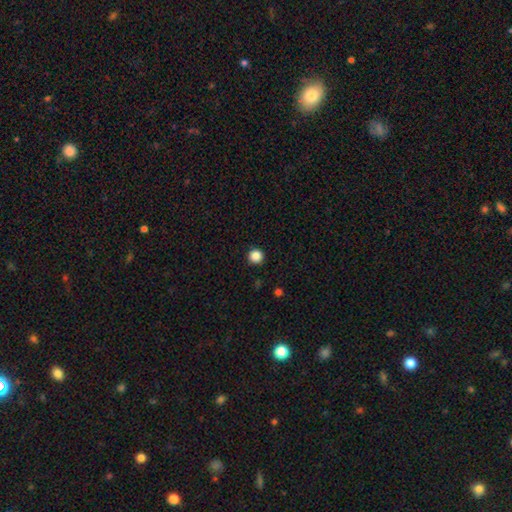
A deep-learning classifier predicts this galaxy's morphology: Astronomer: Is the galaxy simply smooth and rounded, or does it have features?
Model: smooth — 87%.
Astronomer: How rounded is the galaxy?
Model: round — 96%.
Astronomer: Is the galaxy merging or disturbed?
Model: none — 93%.